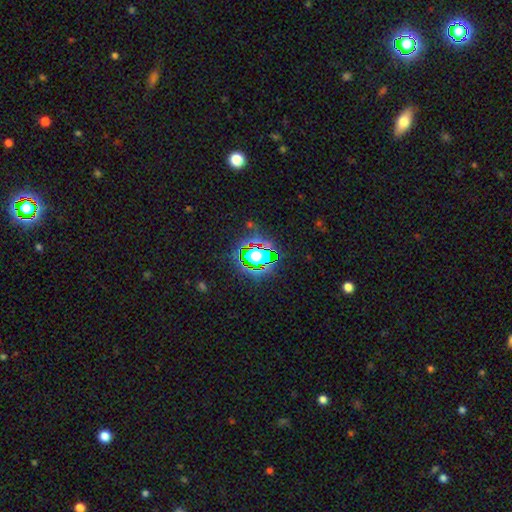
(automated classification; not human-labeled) smooth_or_featured: star or artifact (p=0.60) [alt: smooth p=0.27]